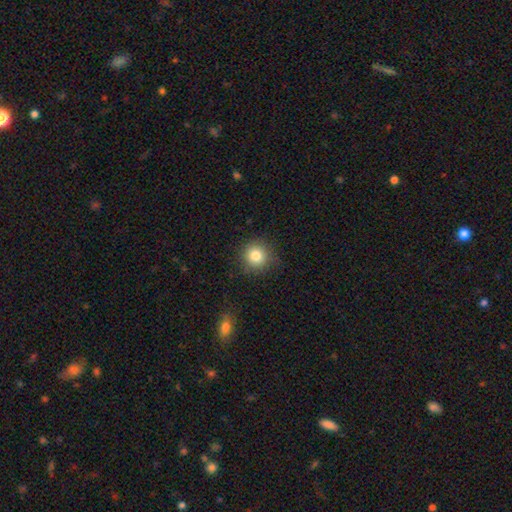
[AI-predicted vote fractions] Morphology: type=smooth (82%); roundness=round (93%); merging=none (87%).